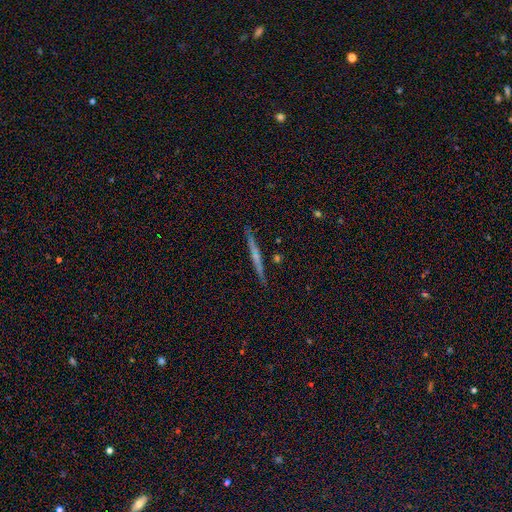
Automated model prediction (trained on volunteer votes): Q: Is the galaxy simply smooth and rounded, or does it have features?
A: featured or disk — 58%.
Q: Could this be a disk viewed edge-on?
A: yes — 97%.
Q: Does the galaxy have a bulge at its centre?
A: none — 60%.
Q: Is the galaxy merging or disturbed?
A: none — 89%.